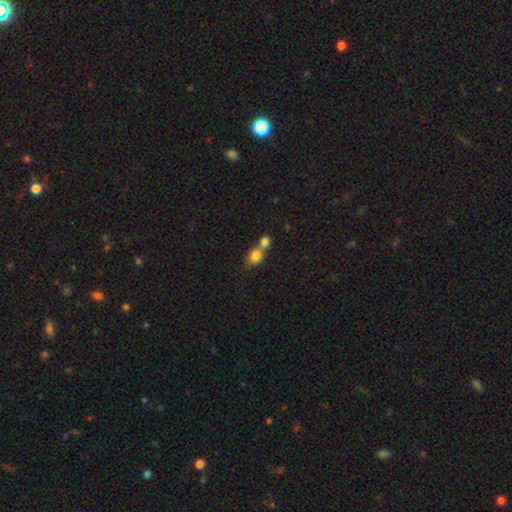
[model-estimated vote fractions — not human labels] Smooth or featured? Predicted: smooth (p=0.80). How rounded? Predicted: round (p=0.62). Merging? Predicted: merger (p=0.64).